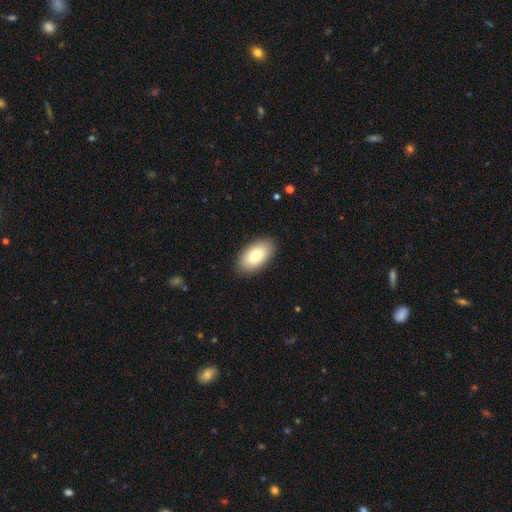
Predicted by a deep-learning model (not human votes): smooth-or-featured: smooth: 81% | featured or disk: 13% | star or artifact: 6%
  how-rounded: in between: 95% | round: 3% | cigar-shaped: 2%
  merging: none: 89% | minor disturbance: 8% | major disturbance: 2% | merger: 1%